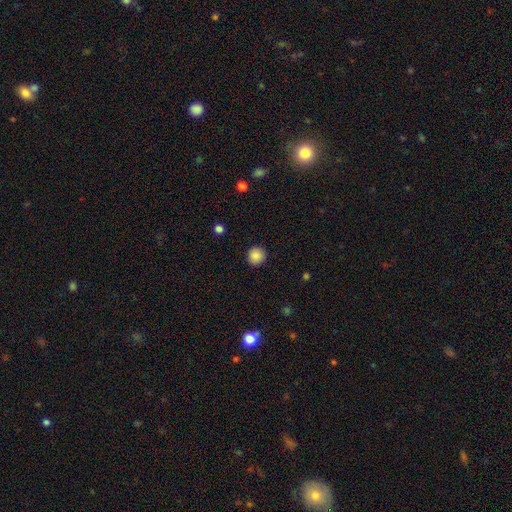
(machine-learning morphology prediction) A smooth galaxy with no disk features (87%) that is round (93%).

Vote fractions:
- Smooth or featured? smooth: 87% / star or artifact: 10% / featured or disk: 3%
- How rounded? round: 93% / in between: 6% / cigar-shaped: 1%
- Merging? none: 91% / minor disturbance: 6% / major disturbance: 2% / merger: 1%